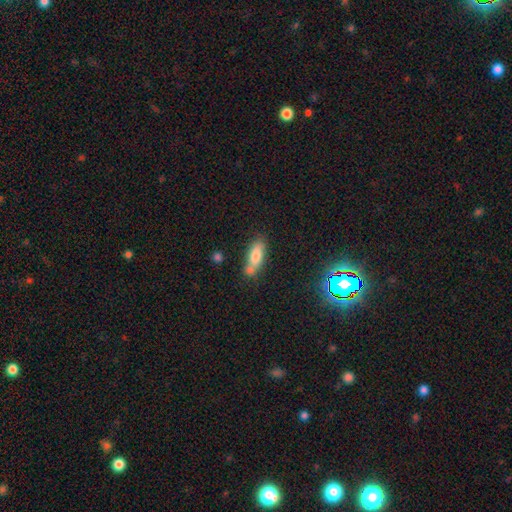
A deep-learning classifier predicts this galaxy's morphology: smooth_or_featured: smooth (p=0.77) [alt: featured or disk p=0.15]
how_rounded: in between (p=0.68) [alt: cigar-shaped p=0.29]
merging: none (p=0.52) [alt: merger p=0.28]